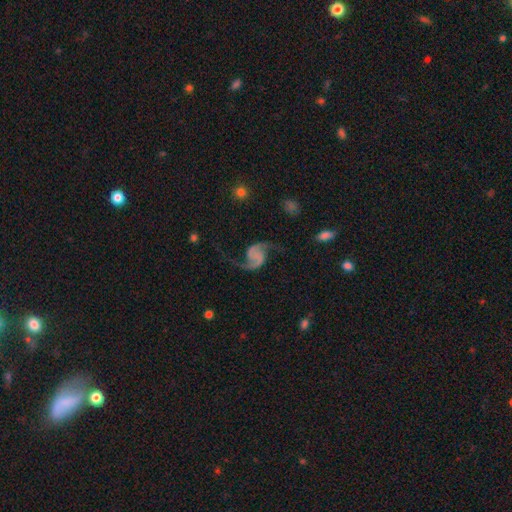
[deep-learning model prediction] Smooth or featured? featured or disk (91%)
Edge-on disk? no (98%)
Bar? no (60%)
Spiral arms? yes (98%)
Spiral winding? loose (72%)
Spiral arm count? 2 (94%)
Bulge size? none (70%)
Merging? none (74%)